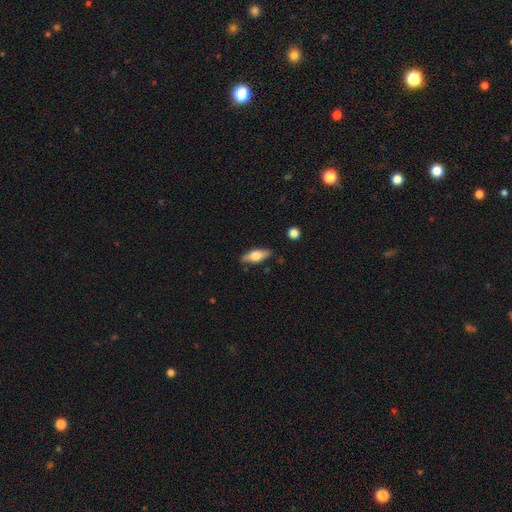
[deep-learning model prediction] A smooth galaxy with no disk features (59%) that is in between round and cigar-shaped (71%).

Vote fractions:
- Smooth or featured? smooth: 59% / featured or disk: 35% / star or artifact: 6%
- How rounded? in between: 71% / cigar-shaped: 26% / round: 3%
- Merging? none: 84% / minor disturbance: 12% / major disturbance: 2% / merger: 2%